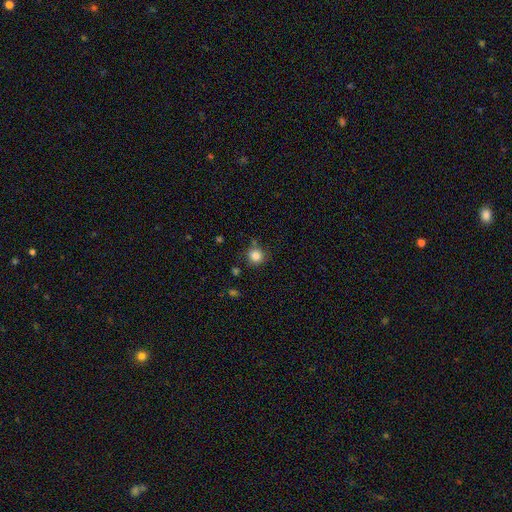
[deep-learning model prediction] smooth-or-featured: smooth: 84% | star or artifact: 11% | featured or disk: 5%
  how-rounded: round: 92% | in between: 7% | cigar-shaped: 1%
  merging: none: 79% | minor disturbance: 13% | merger: 4% | major disturbance: 4%